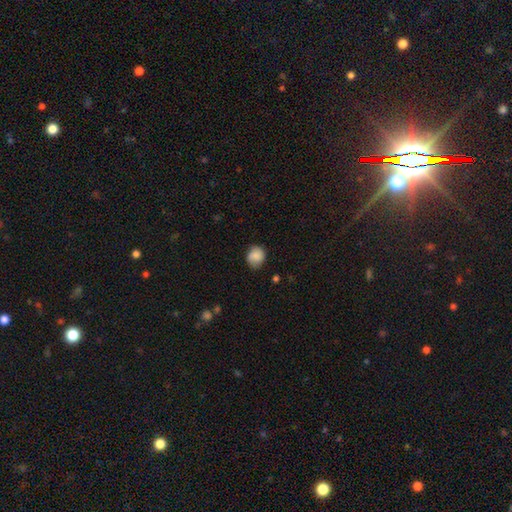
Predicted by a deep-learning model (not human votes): Smooth or featured?
  - smooth: 82% *
  - featured or disk: 10%
  - star or artifact: 8%
How rounded?
  - round: 63% *
  - in between: 36%
  - cigar-shaped: 1%
Merging?
  - none: 73% *
  - minor disturbance: 21%
  - major disturbance: 4%
  - merger: 1%